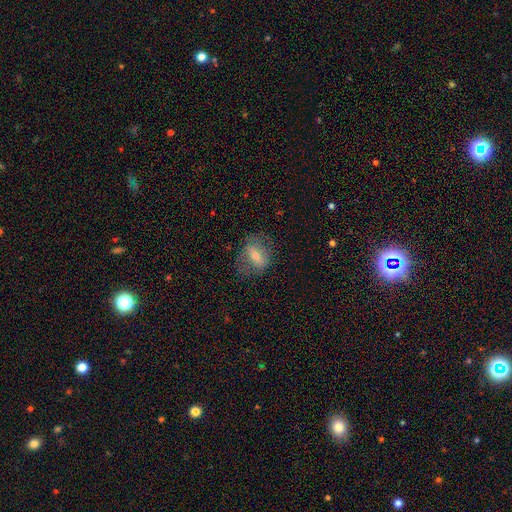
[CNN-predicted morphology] Smooth or featured?
  - smooth: 46% *
  - featured or disk: 45%
  - star or artifact: 9%
Merging?
  - none: 66% *
  - minor disturbance: 21%
  - major disturbance: 12%
  - merger: 1%